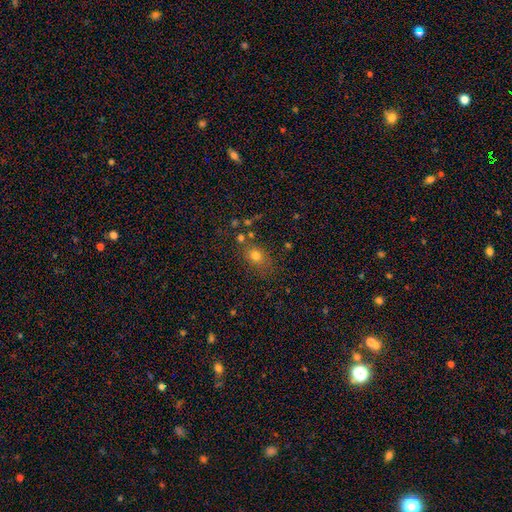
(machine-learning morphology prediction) A smooth galaxy with no disk features (73%) that is in between round and cigar-shaped (51%).

Vote fractions:
- Smooth or featured? smooth: 73% / star or artifact: 17% / featured or disk: 10%
- How rounded? in between: 51% / round: 47% / cigar-shaped: 2%
- Merging? none: 68% / minor disturbance: 16% / merger: 10% / major disturbance: 6%